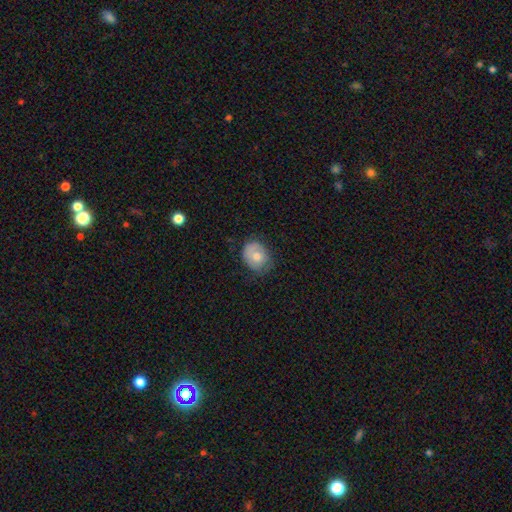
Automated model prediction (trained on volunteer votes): Smooth or featured? Predicted: smooth (p=0.68). How rounded? Predicted: round (p=0.55). Merging? Predicted: none (p=0.62).